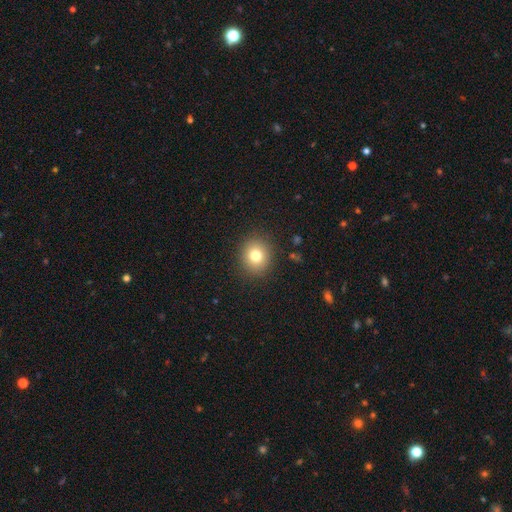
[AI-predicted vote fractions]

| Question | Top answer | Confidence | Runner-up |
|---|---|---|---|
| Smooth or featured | smooth | 78% | star or artifact (12%) |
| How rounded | round | 85% | in between (14%) |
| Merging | none | 90% | minor disturbance (7%) |